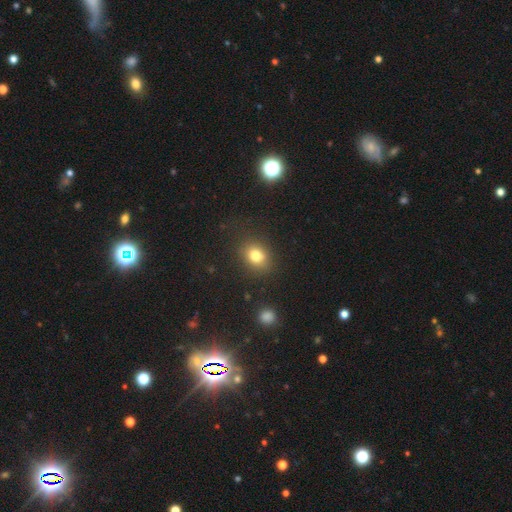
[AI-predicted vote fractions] Smooth or featured? Predicted: smooth (p=0.79). How rounded? Predicted: in between (p=0.50). Merging? Predicted: none (p=0.83).